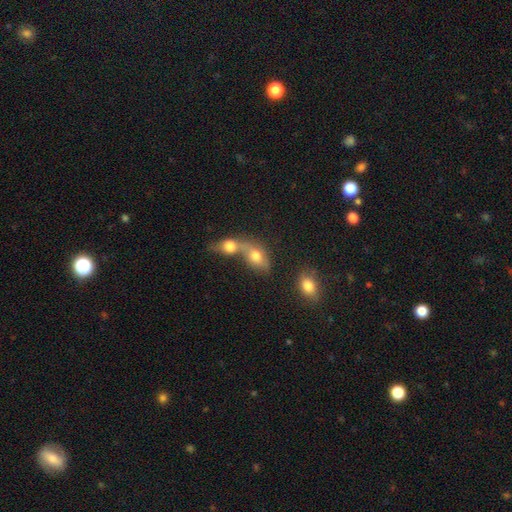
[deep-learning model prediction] A smooth galaxy with no disk features (73%) that is in between round and cigar-shaped (74%).

Vote fractions:
- Smooth or featured? smooth: 73% / featured or disk: 17% / star or artifact: 10%
- How rounded? in between: 74% / round: 23% / cigar-shaped: 3%
- Merging? merger: 71% / none: 18% / minor disturbance: 6% / major disturbance: 5%